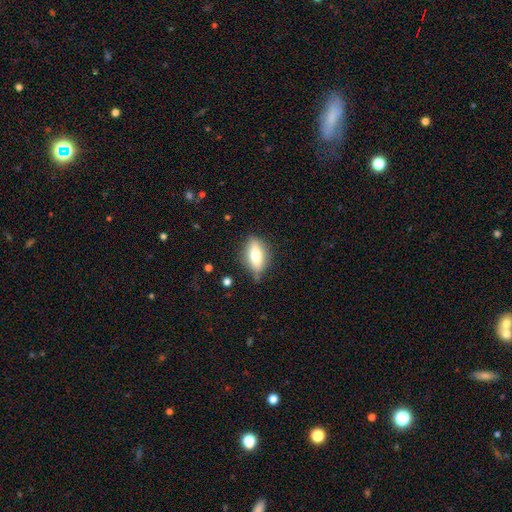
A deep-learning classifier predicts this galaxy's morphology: Smooth or featured? Predicted: smooth (p=0.63). How rounded? Predicted: in between (p=0.81). Merging? Predicted: none (p=0.75).